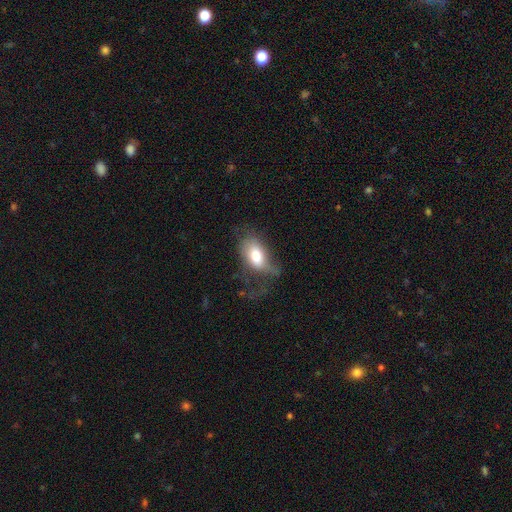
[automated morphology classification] Smooth or featured: smooth — 68% (featured or disk — 23%)
How rounded: in between — 88% (round — 9%)
Merging: major disturbance — 41% (none — 29%)